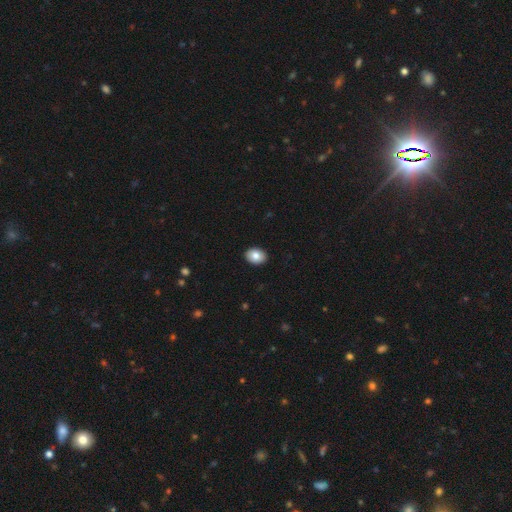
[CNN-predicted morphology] This appears to be a smooth galaxy with no disk features (83%) that is in between round and cigar-shaped (69%). Merging: none (91%).